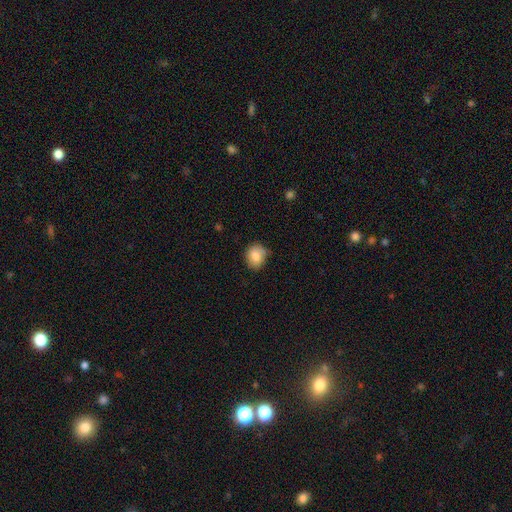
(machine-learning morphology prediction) Smooth or featured: smooth — 83% (featured or disk — 9%)
How rounded: round — 67% (in between — 32%)
Merging: none — 71% (minor disturbance — 23%)